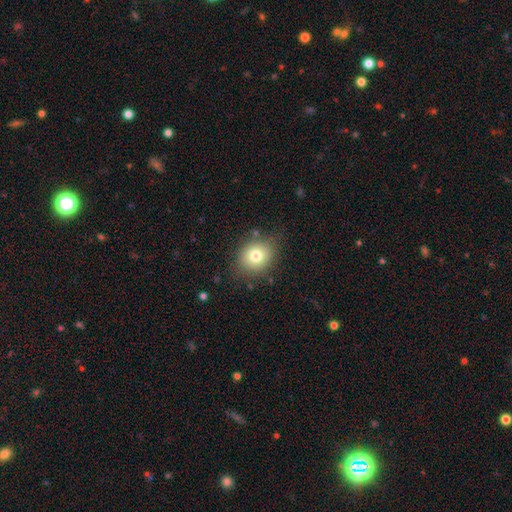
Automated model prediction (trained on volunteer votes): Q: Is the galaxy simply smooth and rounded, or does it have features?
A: smooth — 78%.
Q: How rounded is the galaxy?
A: round — 62%.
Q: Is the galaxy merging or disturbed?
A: none — 81%.